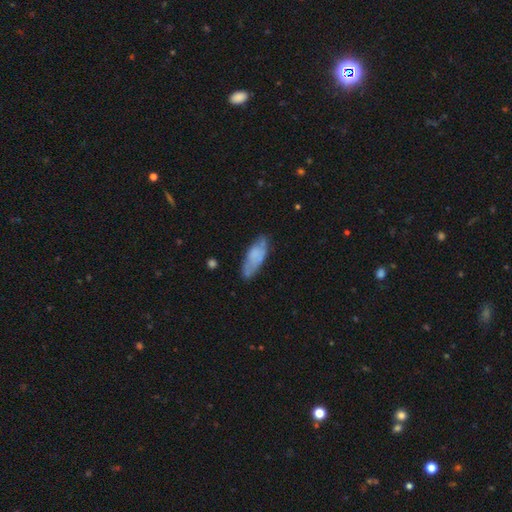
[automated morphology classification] smooth-or-featured: smooth: 67% | featured or disk: 26% | star or artifact: 7%
  how-rounded: in between: 67% | cigar-shaped: 31% | round: 2%
  merging: none: 65% | minor disturbance: 25% | major disturbance: 7% | merger: 3%